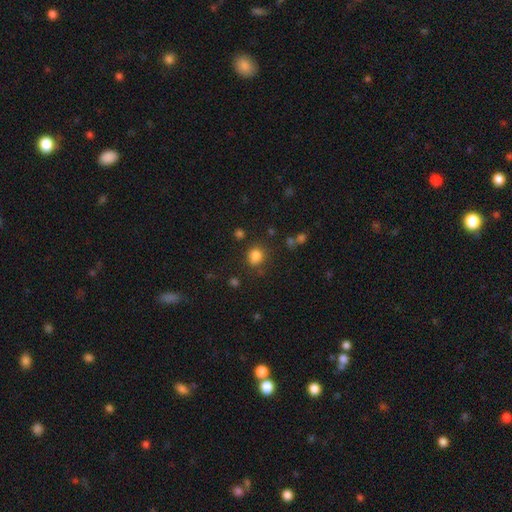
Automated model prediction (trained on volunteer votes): This is clearly a smooth galaxy (82%). How rounded: likely round (74%). Merging: likely none (77%).